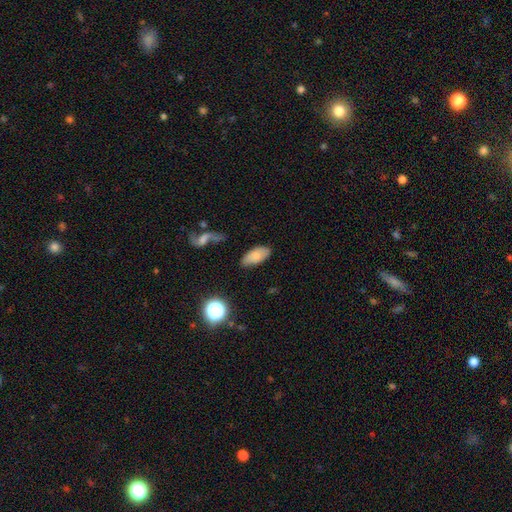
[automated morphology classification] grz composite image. It shows a smooth galaxy with no disk features (77%) that is in between round and cigar-shaped (91%). Merging: none (77%).